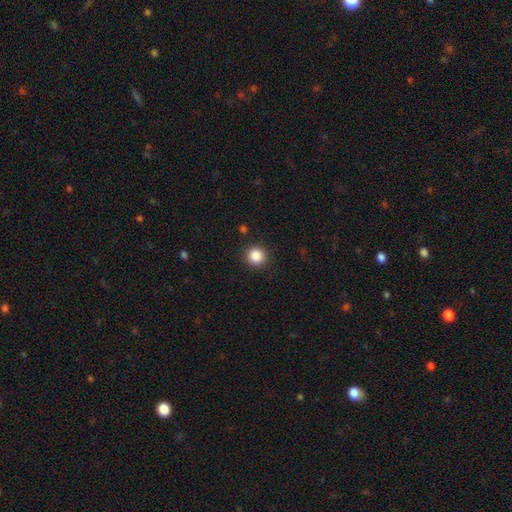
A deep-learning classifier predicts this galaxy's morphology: Smooth or featured? Predicted: smooth (p=0.86). How rounded? Predicted: round (p=0.93). Merging? Predicted: none (p=0.90).